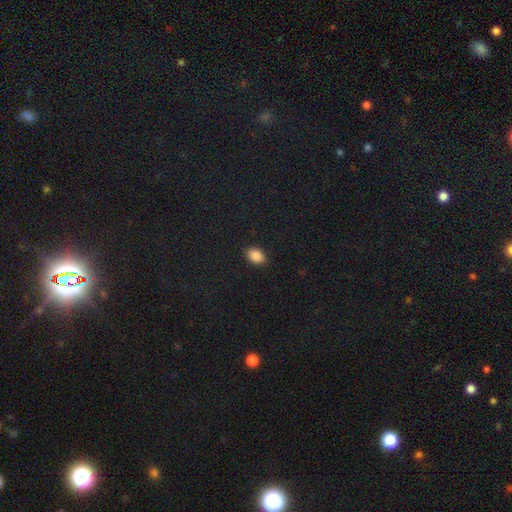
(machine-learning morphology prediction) Q: Smooth or featured?
A: smooth (88%); runner-up: star or artifact (9%)
Q: How rounded?
A: in between (81%); runner-up: round (18%)
Q: Merging?
A: none (89%); runner-up: minor disturbance (8%)